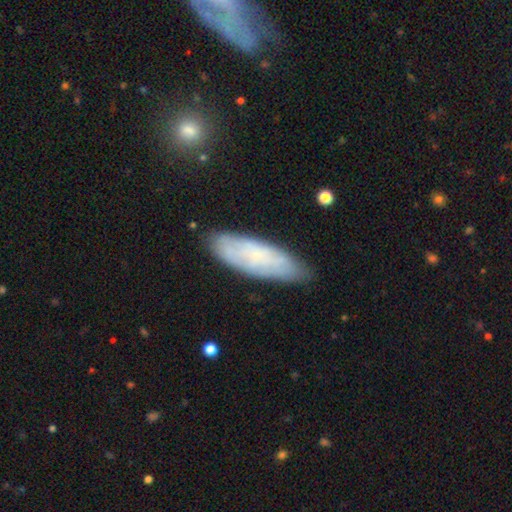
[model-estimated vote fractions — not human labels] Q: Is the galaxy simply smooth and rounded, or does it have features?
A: smooth — 50%.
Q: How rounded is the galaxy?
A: in between — 58%.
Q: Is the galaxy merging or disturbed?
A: none — 77%.